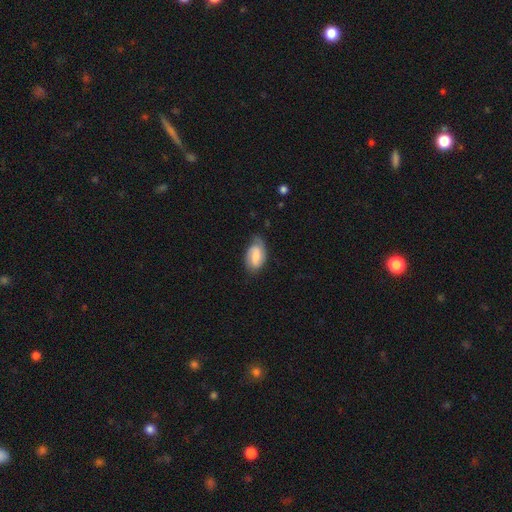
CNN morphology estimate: Q: Smooth or featured?
A: featured or disk (48%); runner-up: smooth (46%)
Q: Merging?
A: none (64%); runner-up: minor disturbance (27%)